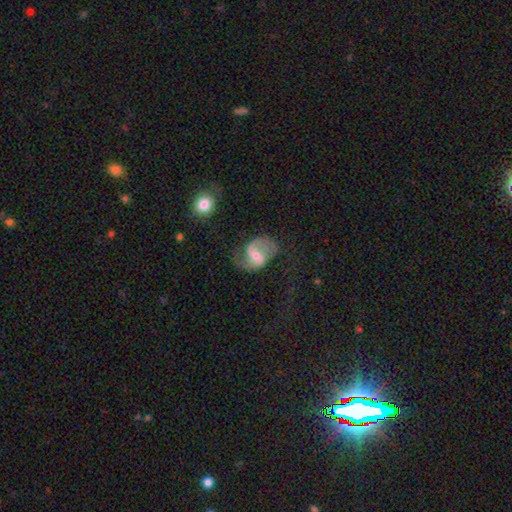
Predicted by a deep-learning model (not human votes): featured or disk 75%, smooth 18%, star or artifact 7%. Down the decision tree: edge-on disk — no (97%); bar — weak (49%); spiral arms — yes (90%); spiral arm count — 2 (85%); spiral winding — loose (48%); bulge size — moderate (49%); merging — none (54%).